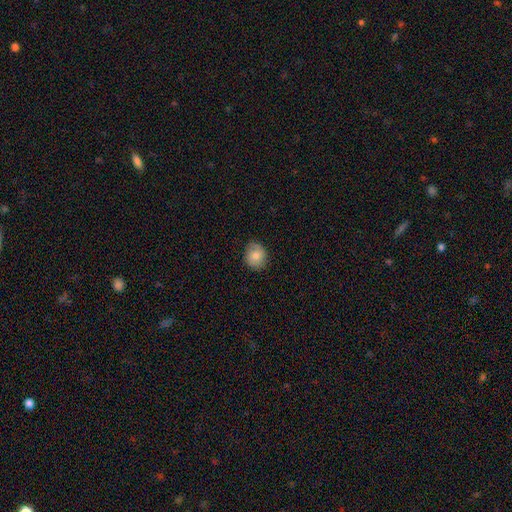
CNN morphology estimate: A smooth galaxy with no disk features (76%) that is round (69%). Merging: none (81%).